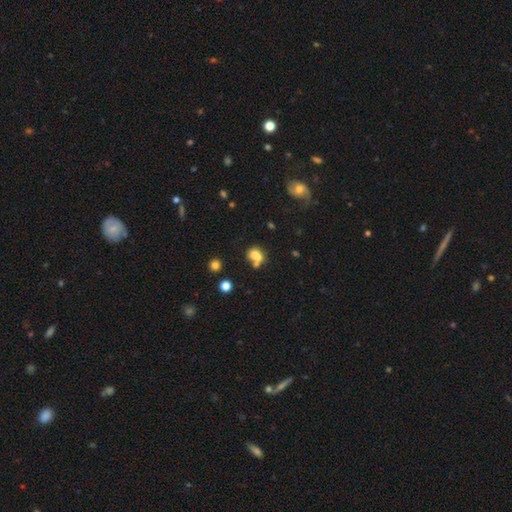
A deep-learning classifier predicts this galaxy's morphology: The model was most divided on "merging": merger: 51%, none: 33%, minor disturbance: 10%, major disturbance: 6%. More confident: smooth or featured — smooth (71%); how rounded — round (66%).